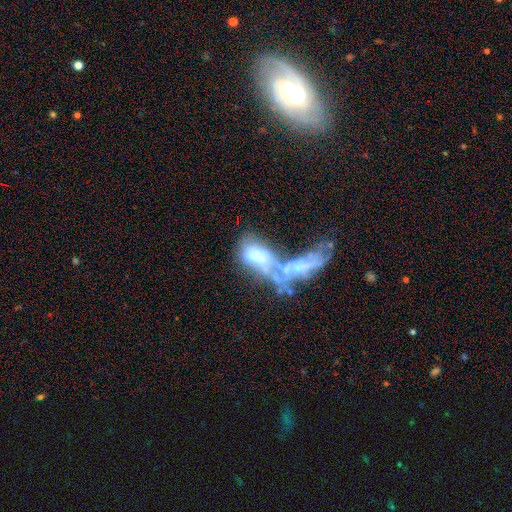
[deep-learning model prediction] The model was most divided on "smooth or featured": featured or disk: 49%, smooth: 38%, star or artifact: 12%. More confident: merging — merger (65%).